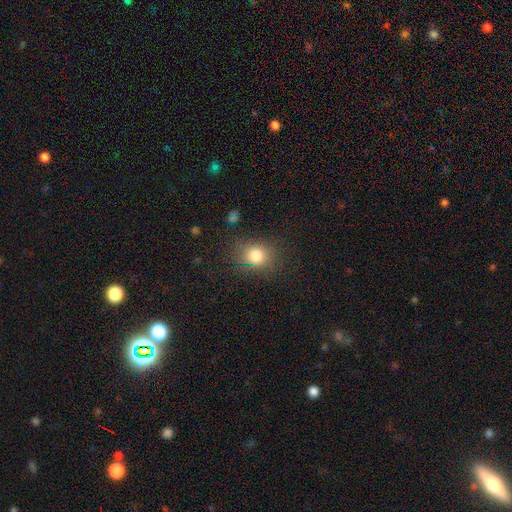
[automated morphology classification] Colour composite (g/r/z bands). It shows a smooth galaxy with no disk features (80%) that is round (66%). Merging: none (78%).